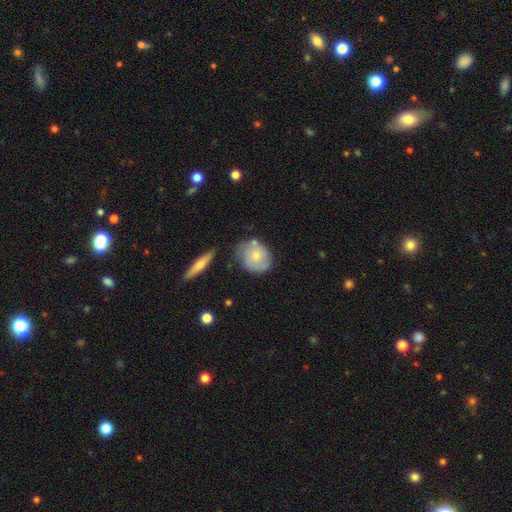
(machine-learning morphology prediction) This is likely a smooth galaxy (65%). How rounded: likely round (67%). Merging: likely none (61%).